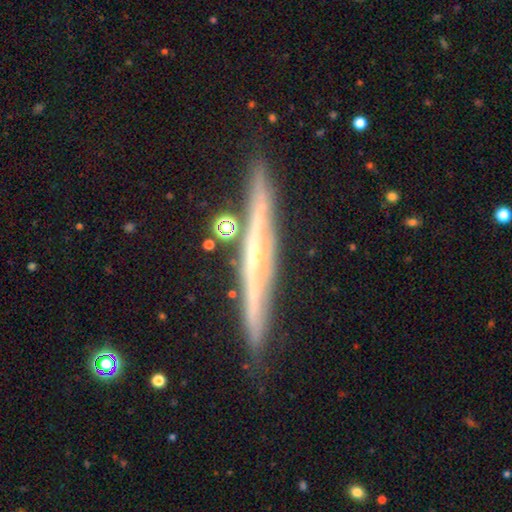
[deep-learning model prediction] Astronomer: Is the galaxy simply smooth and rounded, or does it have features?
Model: featured or disk — 80%.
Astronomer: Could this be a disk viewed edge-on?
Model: yes — 96%.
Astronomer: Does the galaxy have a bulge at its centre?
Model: rounded — 55% (runner-up: none, 40%).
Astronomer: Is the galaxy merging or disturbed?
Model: none — 85%.